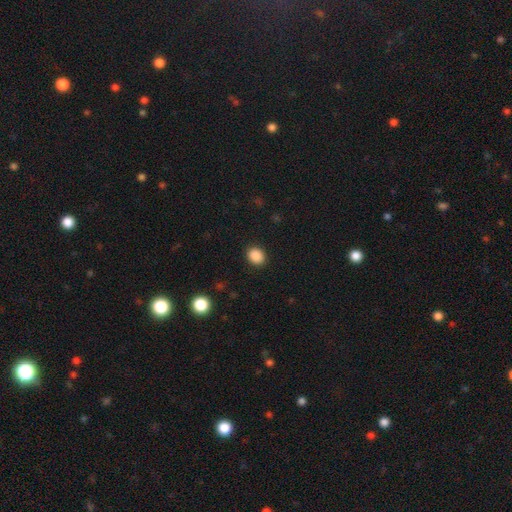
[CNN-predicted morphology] smooth_or_featured: smooth (p=0.89) [alt: star or artifact p=0.09]
how_rounded: round (p=0.59) [alt: in between p=0.40]
merging: none (p=0.90) [alt: minor disturbance p=0.07]